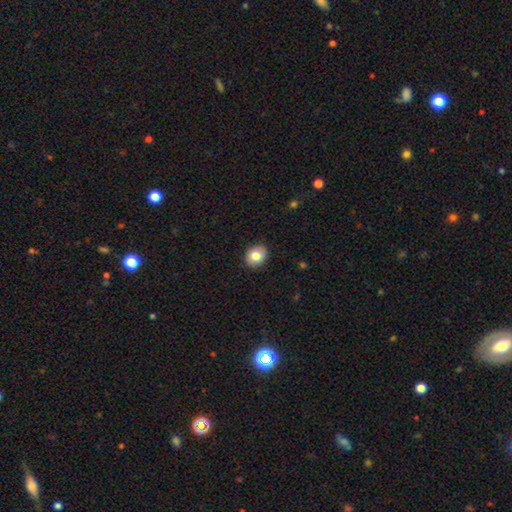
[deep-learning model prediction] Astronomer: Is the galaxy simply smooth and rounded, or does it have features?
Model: smooth — 82%.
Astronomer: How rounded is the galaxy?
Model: round — 57% (runner-up: in between, 42%).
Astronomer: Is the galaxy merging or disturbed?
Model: none — 91%.